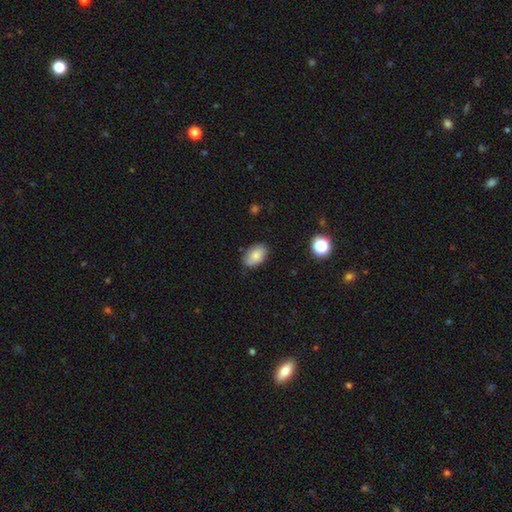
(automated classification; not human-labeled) Smooth or featured? smooth (81%)
How rounded? in between (91%)
Merging? none (83%)